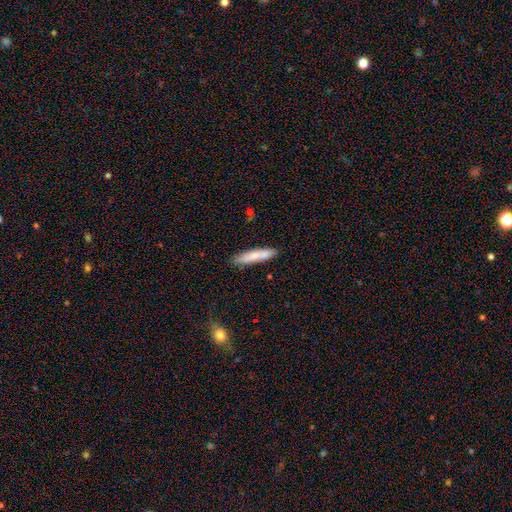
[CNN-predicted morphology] This appears to be a smooth galaxy with no disk features (78%) that is cigar-shaped (85%). Merging: none (83%).